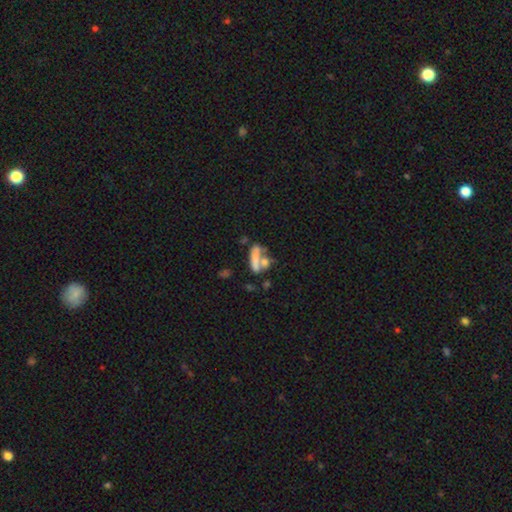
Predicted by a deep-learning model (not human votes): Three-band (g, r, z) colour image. It shows a smooth galaxy with no disk features (60%) that is cigar-shaped (52%). Merging: merger (42%).